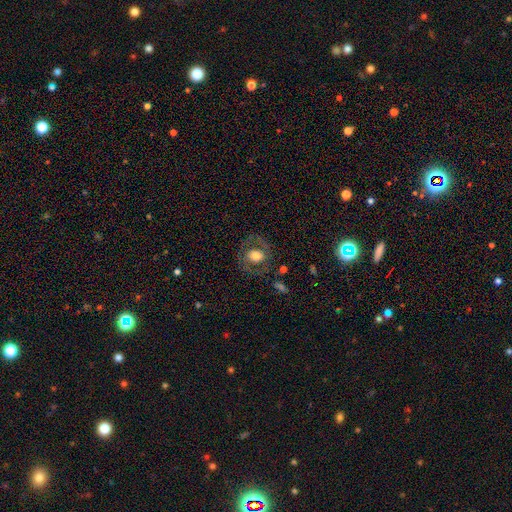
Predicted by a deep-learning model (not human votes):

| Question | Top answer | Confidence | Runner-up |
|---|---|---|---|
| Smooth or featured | smooth | 48% | featured or disk (44%) |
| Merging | none | 74% | minor disturbance (13%) |